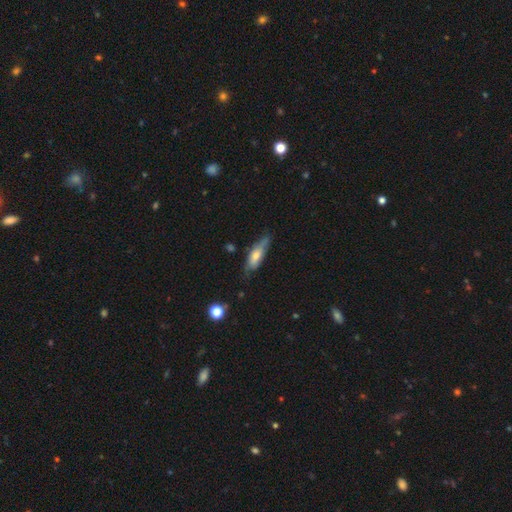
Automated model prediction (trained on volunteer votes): smooth_or_featured: smooth (p=0.59) [alt: featured or disk p=0.35]
how_rounded: in between (p=0.50) [alt: cigar-shaped p=0.48]
merging: none (p=0.56) [alt: minor disturbance p=0.32]